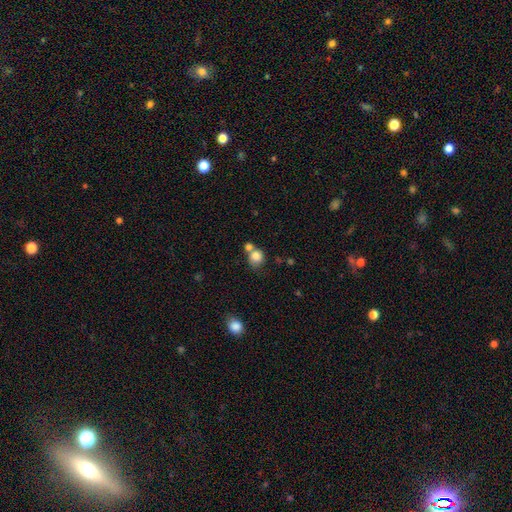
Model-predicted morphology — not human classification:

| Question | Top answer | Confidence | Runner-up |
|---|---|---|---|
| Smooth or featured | smooth | 82% | star or artifact (10%) |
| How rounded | round | 80% | in between (19%) |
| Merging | none | 48% | merger (37%) |